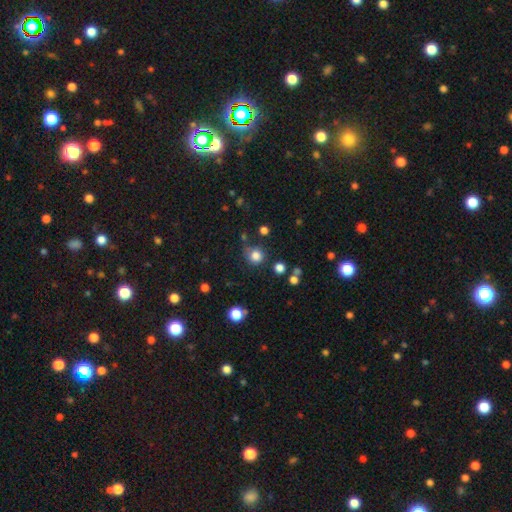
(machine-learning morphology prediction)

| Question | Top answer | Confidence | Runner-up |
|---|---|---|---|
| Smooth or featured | smooth | 81% | star or artifact (13%) |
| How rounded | round | 92% | in between (7%) |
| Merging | none | 74% | minor disturbance (14%) |